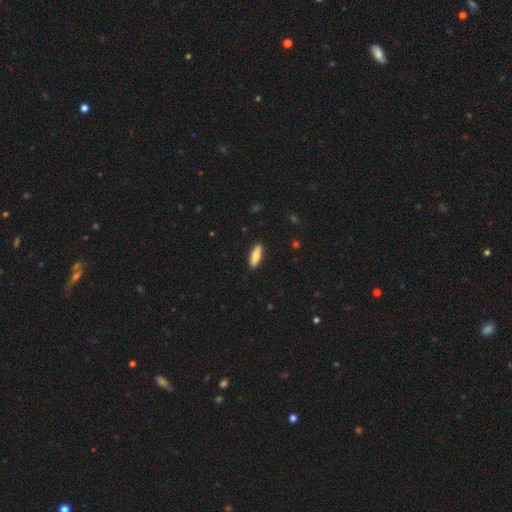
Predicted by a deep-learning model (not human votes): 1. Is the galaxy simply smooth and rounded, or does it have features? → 78% smooth, 17% featured or disk, 5% star or artifact.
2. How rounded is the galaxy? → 51% cigar-shaped, 47% in between, 2% round.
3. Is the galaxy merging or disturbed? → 90% none, 7% minor disturbance, 2% major disturbance, 1% merger.